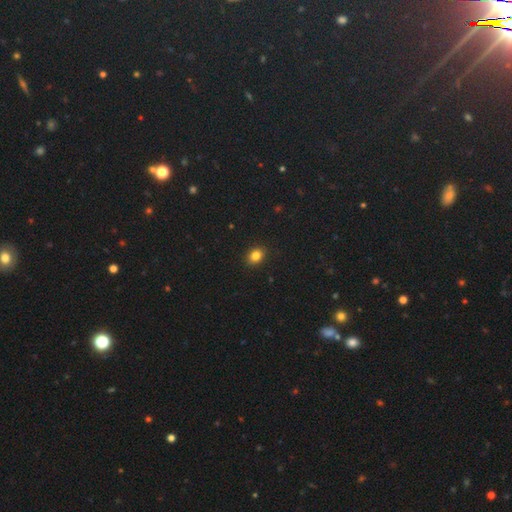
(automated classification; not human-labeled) smooth_or_featured: smooth (p=0.83) [alt: star or artifact p=0.11]
how_rounded: in between (p=0.60) [alt: round p=0.39]
merging: none (p=0.90) [alt: minor disturbance p=0.08]